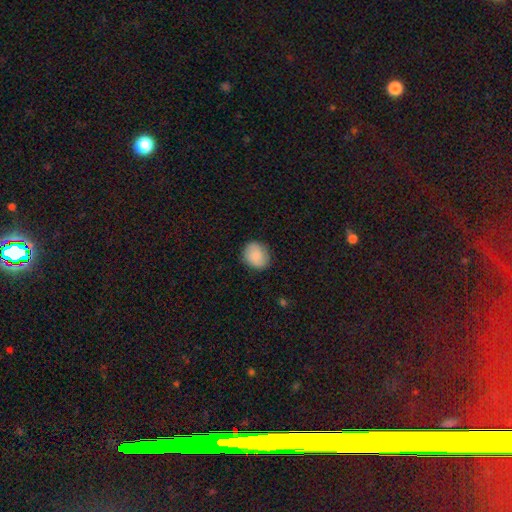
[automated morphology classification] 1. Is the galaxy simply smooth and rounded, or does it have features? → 80% smooth, 12% featured or disk, 7% star or artifact.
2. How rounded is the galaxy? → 70% round, 29% in between, 1% cigar-shaped.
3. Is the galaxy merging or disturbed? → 83% none, 13% minor disturbance, 3% major disturbance, 1% merger.